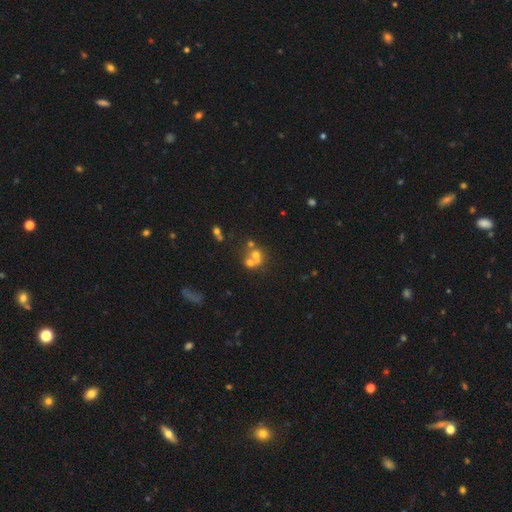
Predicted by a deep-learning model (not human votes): This appears to be a smooth galaxy with no disk features (52%) that is round (75%). Merging: merger (54%).